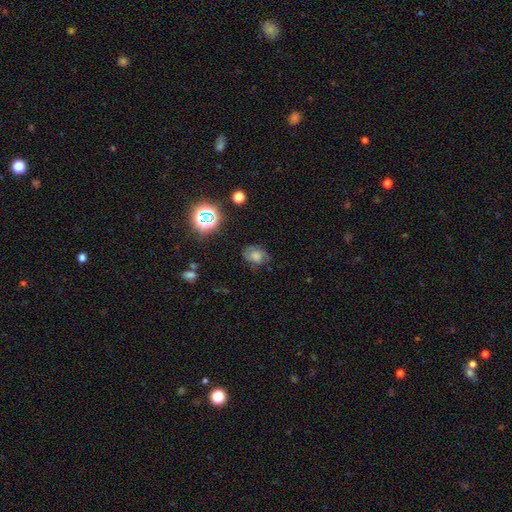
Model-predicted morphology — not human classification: Q: Smooth or featured?
A: smooth (54%); runner-up: featured or disk (28%)
Q: How rounded?
A: in between (60%); runner-up: round (39%)
Q: Merging?
A: none (68%); runner-up: minor disturbance (22%)